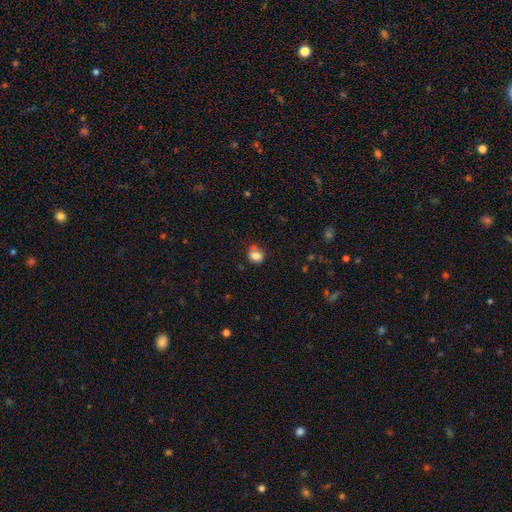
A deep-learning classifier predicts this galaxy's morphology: The model was most divided on "how rounded": round: 58%, in between: 41%, cigar-shaped: 1%. More confident: smooth or featured — smooth (80%); merging — none (53%).